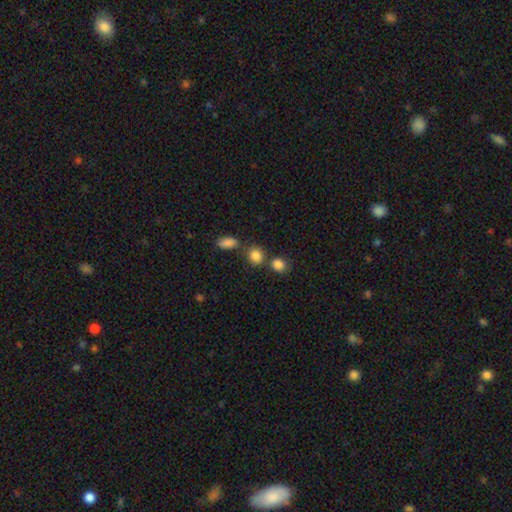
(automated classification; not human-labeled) Morphology: type=smooth (84%); roundness=round (74%); merging=none (63%).